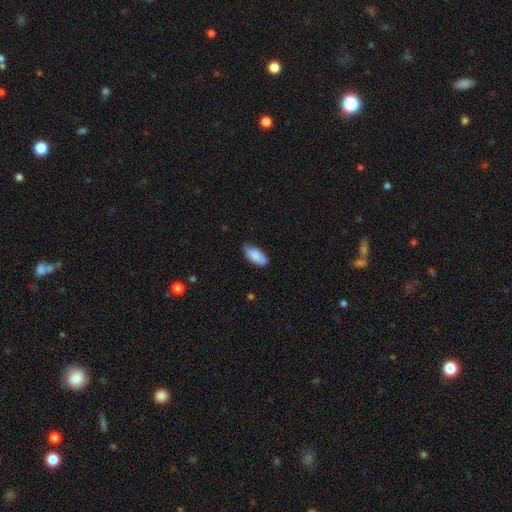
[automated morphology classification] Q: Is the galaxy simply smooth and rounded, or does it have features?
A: smooth — 85%.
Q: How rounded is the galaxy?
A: in between — 90%.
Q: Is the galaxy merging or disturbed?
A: none — 73%.